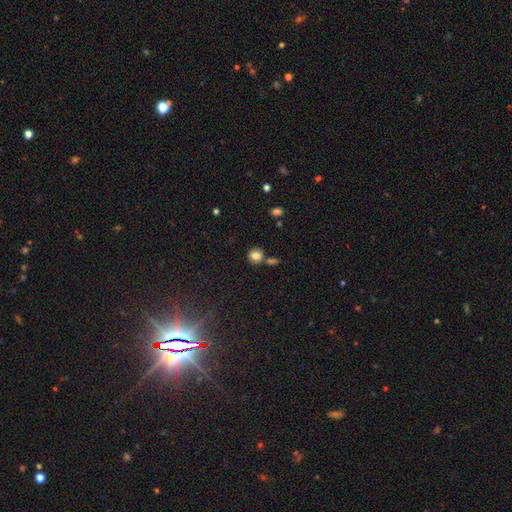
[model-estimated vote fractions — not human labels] Smooth or featured: smooth — 83% (star or artifact — 11%)
How rounded: round — 86% (in between — 13%)
Merging: none — 68% (merger — 18%)